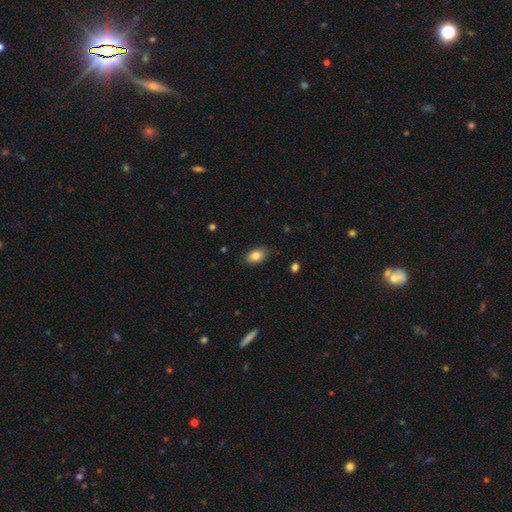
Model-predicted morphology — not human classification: A smooth galaxy with no disk features (83%) that is in between round and cigar-shaped (89%).

Vote fractions:
- Smooth or featured? smooth: 83% / featured or disk: 9% / star or artifact: 8%
- How rounded? in between: 89% / round: 9% / cigar-shaped: 2%
- Merging? none: 84% / minor disturbance: 13% / major disturbance: 2% / merger: 1%